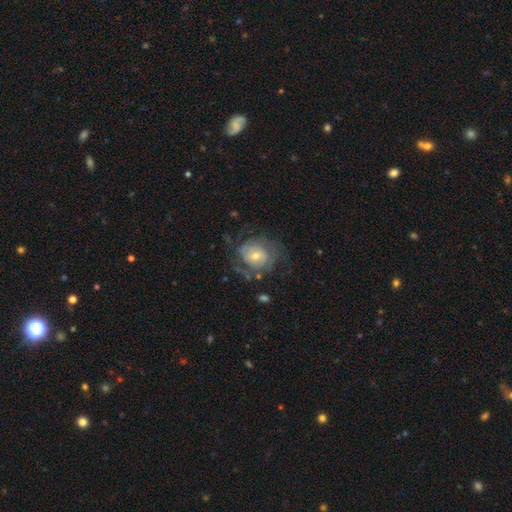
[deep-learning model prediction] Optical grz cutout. It shows a featured or disk galaxy (66%) with no bar (68%), tight (48%) spiral arms (80%) and a moderate central bulge (53%). Merging: none (54%).